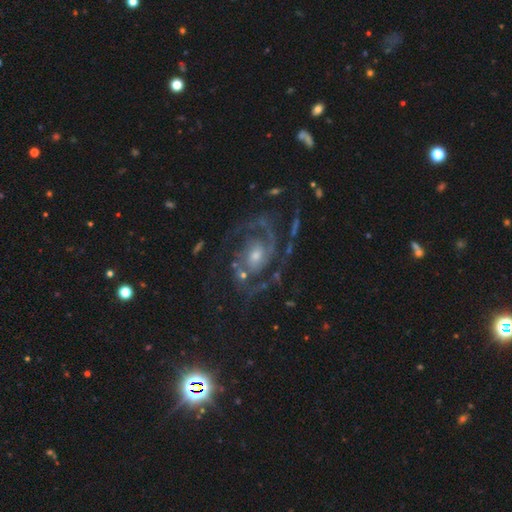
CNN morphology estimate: smooth-or-featured: featured or disk: 90% | star or artifact: 6% | smooth: 4%
  disk-edge-on: no: 98% | yes: 2%
    bar: no: 60% | weak: 30% | strong: 9%
    has-spiral-arms: yes: 97% | no: 3%
      spiral-winding: medium: 48% | tight: 40% | loose: 12%
      spiral-arm-count: 2: 74% | 3: 9% | can't tell: 7% | 1: 4% | 4: 3% | more than 4: 3%
    bulge-size: moderate: 49% | small: 42% | large: 5% | none: 2% | dominant: 1%
  merging: none: 70% | minor disturbance: 15% | major disturbance: 12% | merger: 3%